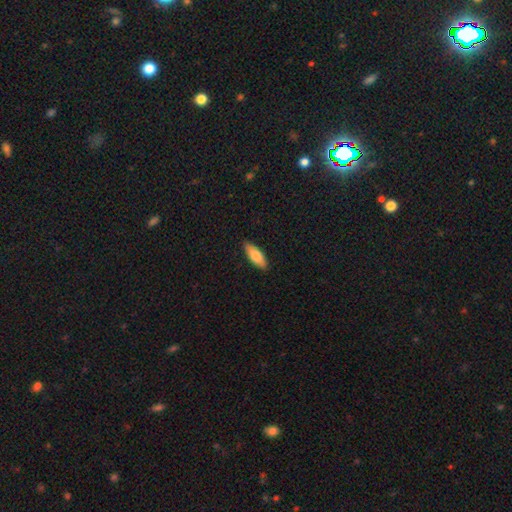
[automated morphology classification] The model was most divided on "how rounded": in between: 67%, cigar-shaped: 31%, round: 2%. More confident: merging — none (89%); smooth or featured — smooth (76%).